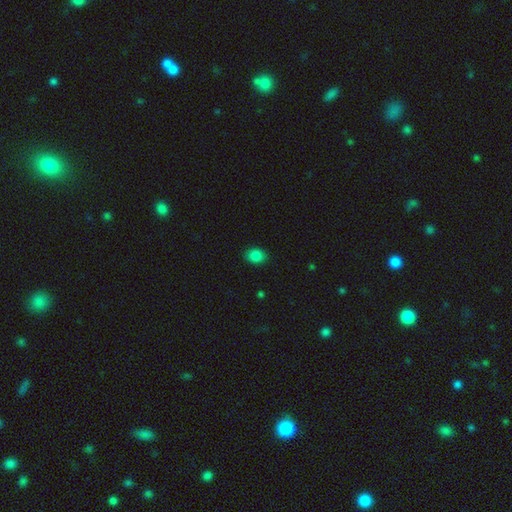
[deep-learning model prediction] smooth-or-featured: smooth: 85% | star or artifact: 11% | featured or disk: 4%
  how-rounded: in between: 53% | round: 46% | cigar-shaped: 1%
  merging: none: 89% | minor disturbance: 8% | major disturbance: 2% | merger: 1%